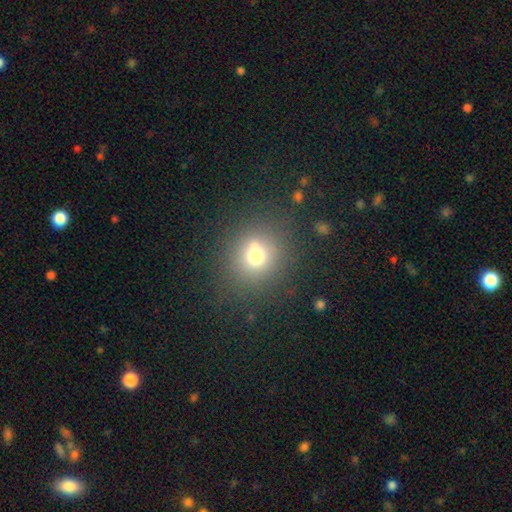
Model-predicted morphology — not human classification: smooth-or-featured: smooth: 70% | star or artifact: 17% | featured or disk: 13%
  how-rounded: round: 83% | in between: 16% | cigar-shaped: 1%
  merging: none: 78% | minor disturbance: 11% | major disturbance: 6% | merger: 5%